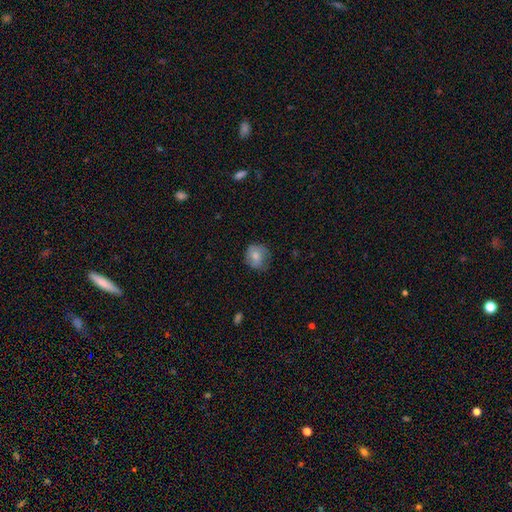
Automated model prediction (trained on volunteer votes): smooth_or_featured: smooth (p=0.73) [alt: featured or disk p=0.19]
how_rounded: round (p=0.78) [alt: in between p=0.21]
merging: none (p=0.64) [alt: minor disturbance p=0.27]